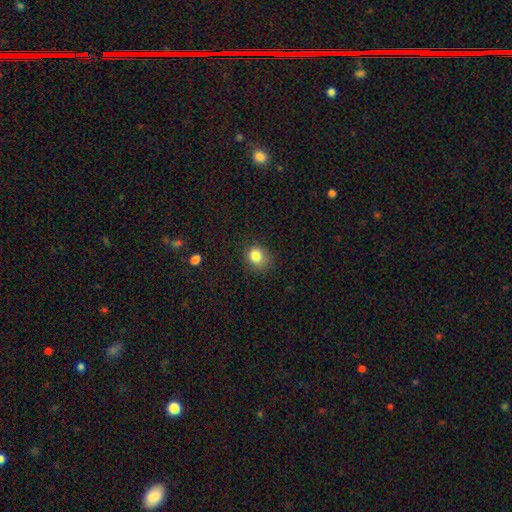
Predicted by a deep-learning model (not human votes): Q: Smooth or featured?
A: smooth (83%); runner-up: star or artifact (11%)
Q: How rounded?
A: round (75%); runner-up: in between (24%)
Q: Merging?
A: none (75%); runner-up: minor disturbance (19%)